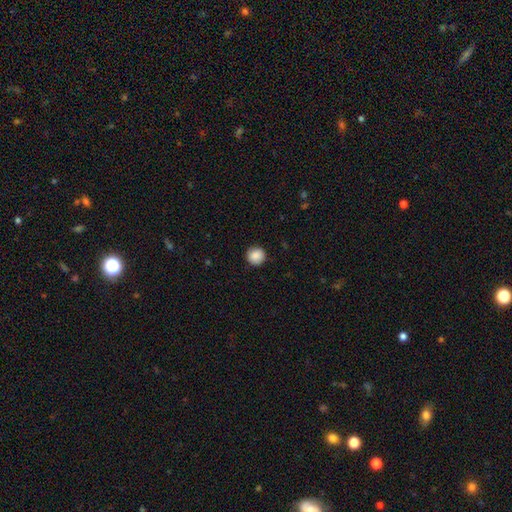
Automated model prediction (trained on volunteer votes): A smooth galaxy with no disk features (88%) that is round (93%).

Vote fractions:
- Smooth or featured? smooth: 88% / star or artifact: 8% / featured or disk: 3%
- How rounded? round: 93% / in between: 6% / cigar-shaped: 1%
- Merging? none: 90% / minor disturbance: 7% / major disturbance: 2% / merger: 1%